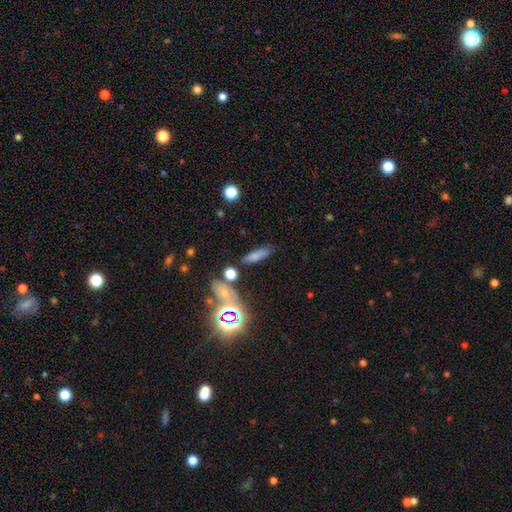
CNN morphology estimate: A smooth galaxy with no disk features (72%) that is cigar-shaped (60%). Merging: none (76%).